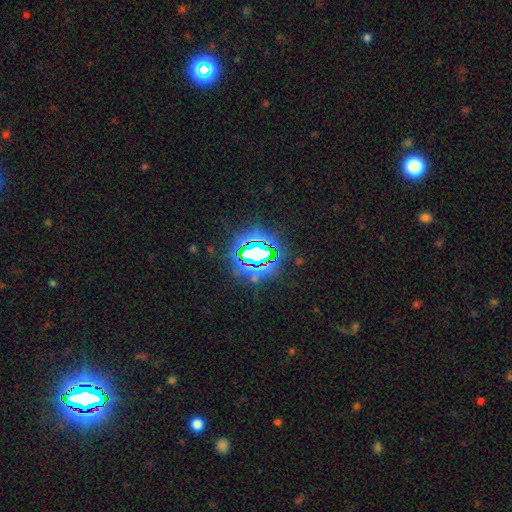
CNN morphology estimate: star or artifact 73%, smooth 16%, featured or disk 11%.